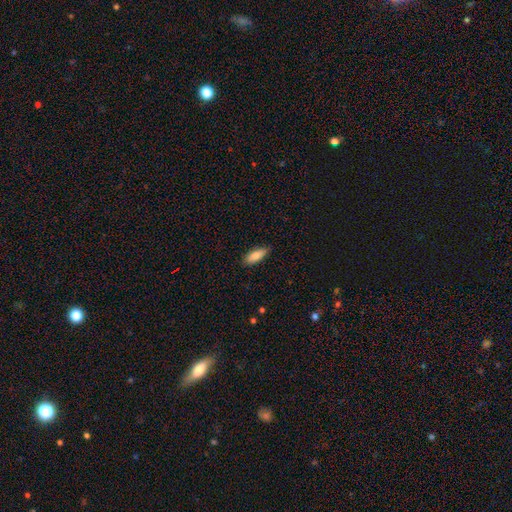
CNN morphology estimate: Smooth or featured? Predicted: smooth (p=0.78). How rounded? Predicted: in between (p=0.71). Merging? Predicted: none (p=0.84).